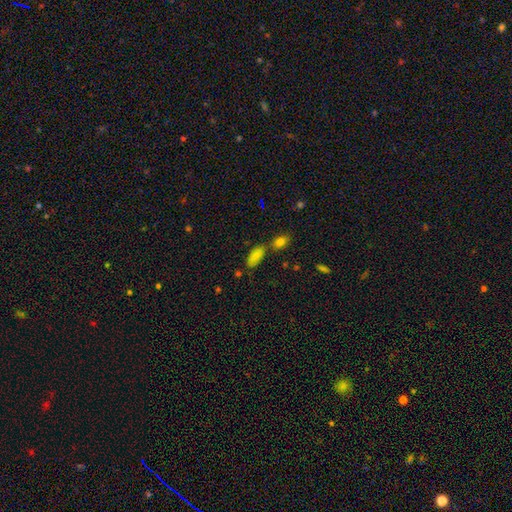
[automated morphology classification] Smooth or featured? smooth (82%)
How rounded? in between (85%)
Merging? none (55%)